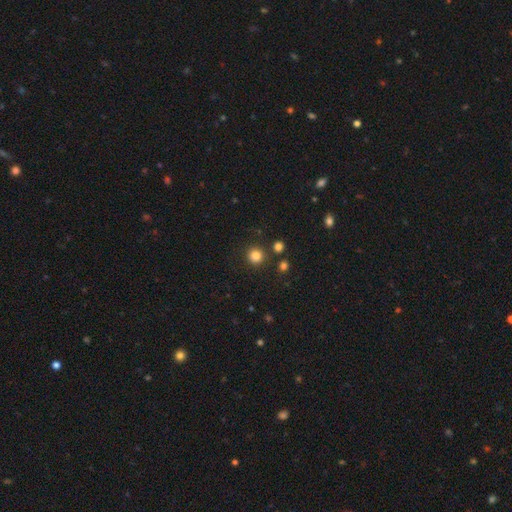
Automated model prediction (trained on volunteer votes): Smooth or featured? Predicted: smooth (p=0.83). How rounded? Predicted: round (p=0.94). Merging? Predicted: none (p=0.88).